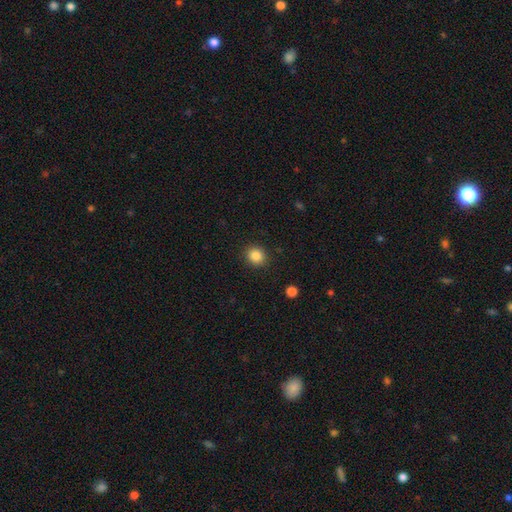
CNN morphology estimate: smooth_or_featured: smooth (p=0.85) [alt: star or artifact p=0.10]
how_rounded: round (p=0.82) [alt: in between p=0.17]
merging: none (p=0.90) [alt: minor disturbance p=0.06]